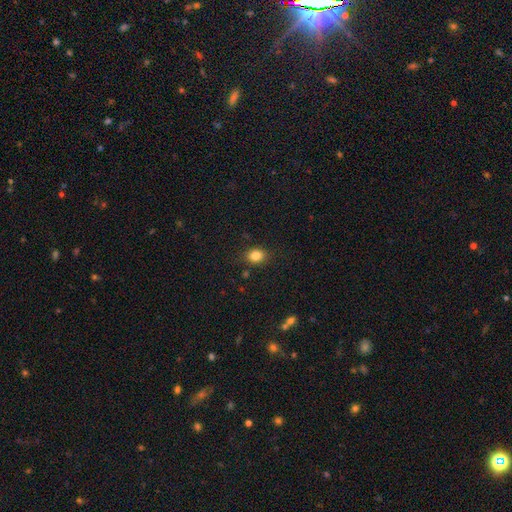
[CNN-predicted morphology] smooth-or-featured: smooth: 83% | star or artifact: 11% | featured or disk: 6%
  how-rounded: in between: 50% | round: 49% | cigar-shaped: 1%
  merging: none: 84% | minor disturbance: 11% | major disturbance: 3% | merger: 2%